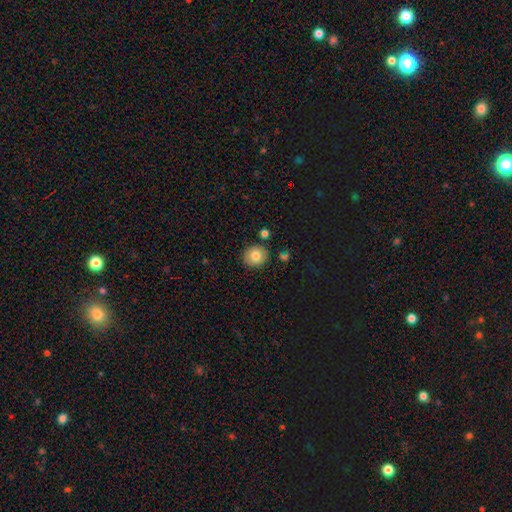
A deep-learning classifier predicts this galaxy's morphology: The model was most divided on "how rounded": round: 84%, in between: 15%, cigar-shaped: 1%. More confident: merging — none (86%); smooth or featured — smooth (80%).